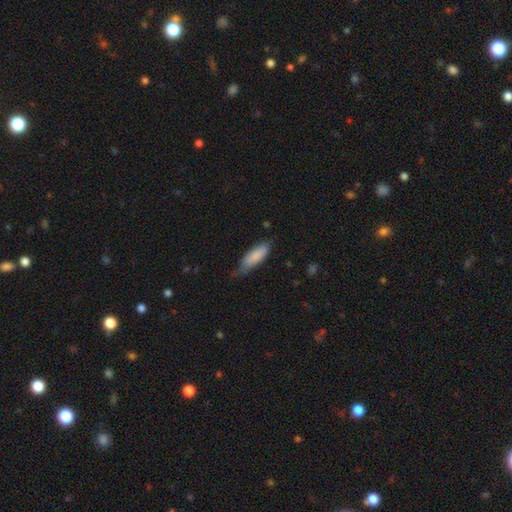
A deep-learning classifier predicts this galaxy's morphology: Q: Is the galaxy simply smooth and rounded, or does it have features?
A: smooth — 84%.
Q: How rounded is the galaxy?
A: in between — 56%.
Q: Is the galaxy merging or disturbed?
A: none — 54%.